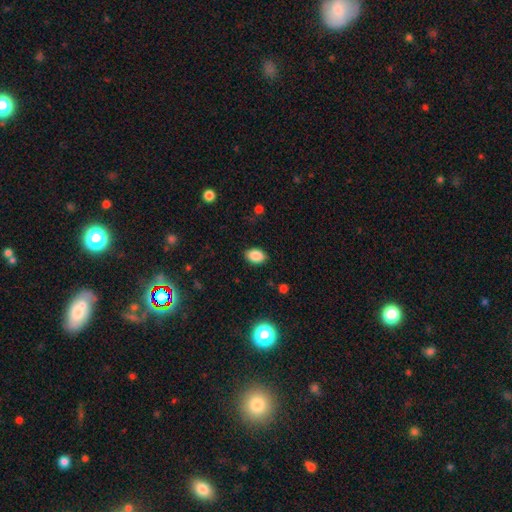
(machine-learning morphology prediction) smooth-or-featured: smooth: 87% | star or artifact: 9% | featured or disk: 4%
  how-rounded: in between: 85% | round: 14% | cigar-shaped: 1%
  merging: none: 87% | minor disturbance: 9% | major disturbance: 2% | merger: 1%